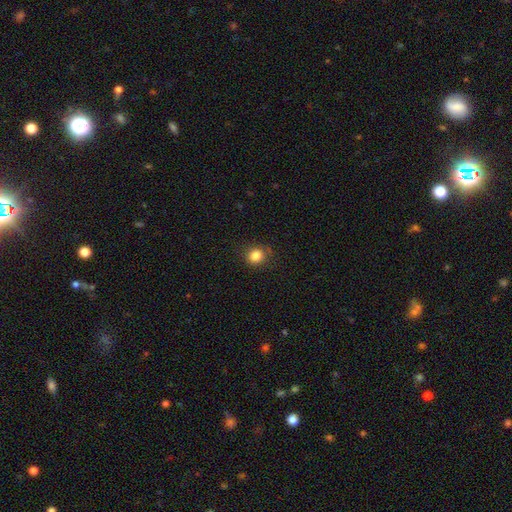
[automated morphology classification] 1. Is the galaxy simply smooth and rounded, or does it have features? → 84% smooth, 11% star or artifact, 5% featured or disk.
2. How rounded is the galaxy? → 77% round, 22% in between, 1% cigar-shaped.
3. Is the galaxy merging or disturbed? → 84% none, 11% minor disturbance, 3% major disturbance, 1% merger.